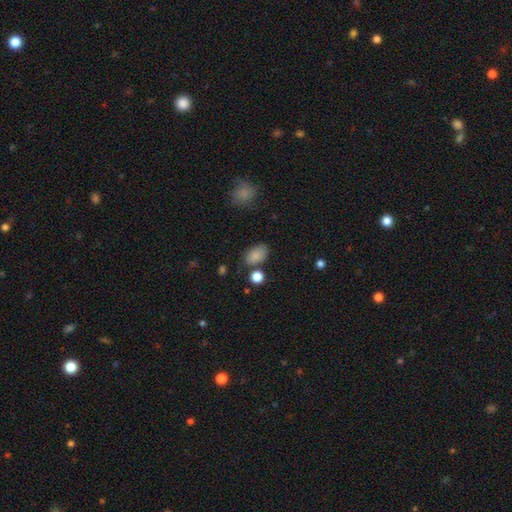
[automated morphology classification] type=smooth (85%); roundness=in between (86%); merging=none (70%).